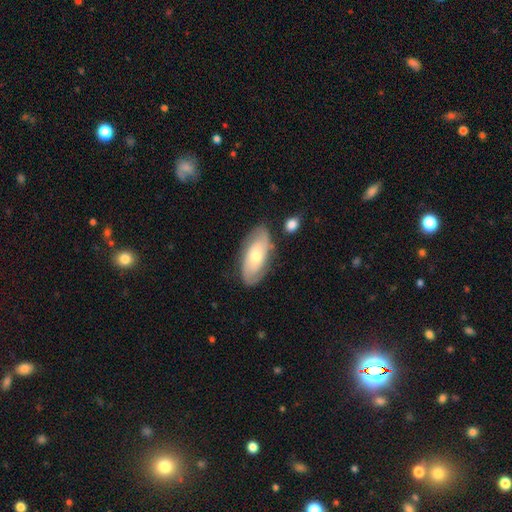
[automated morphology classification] Smooth or featured? featured or disk (57%)
Edge-on disk? no (89%)
Bar? no (72%)
Spiral arms? yes (79%)
Bulge size? moderate (60%)
Merging? none (76%)